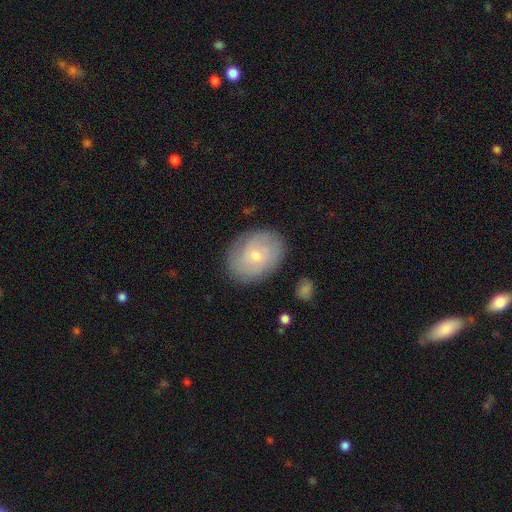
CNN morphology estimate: This appears to be a smooth galaxy with no disk features (48%). Merging: none (82%).